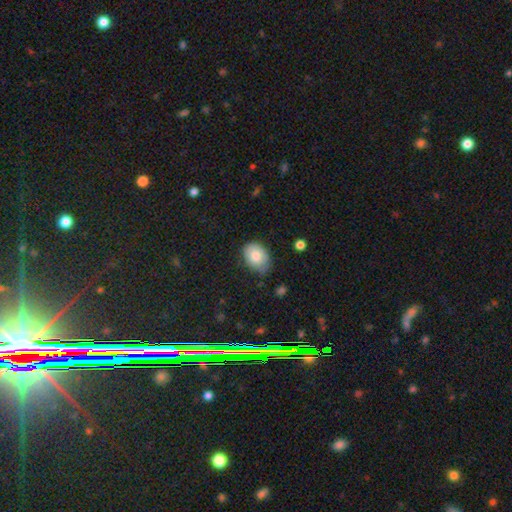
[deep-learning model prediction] Q: Smooth or featured?
A: smooth (79%); runner-up: featured or disk (14%)
Q: How rounded?
A: in between (76%); runner-up: round (24%)
Q: Merging?
A: none (67%); runner-up: minor disturbance (27%)